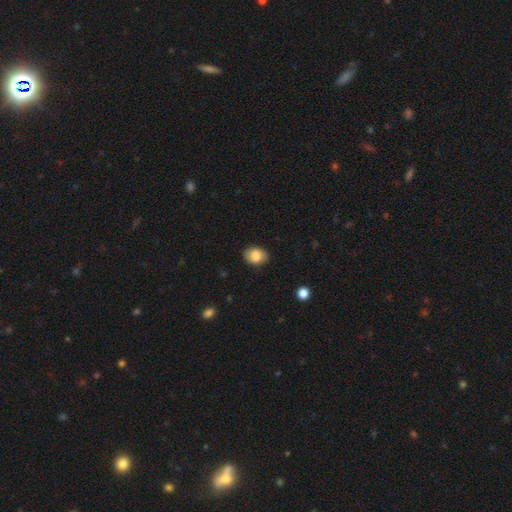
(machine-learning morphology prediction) smooth-or-featured: smooth: 83% | featured or disk: 9% | star or artifact: 8%
  how-rounded: in between: 66% | round: 33% | cigar-shaped: 1%
  merging: none: 85% | minor disturbance: 11% | major disturbance: 2% | merger: 1%